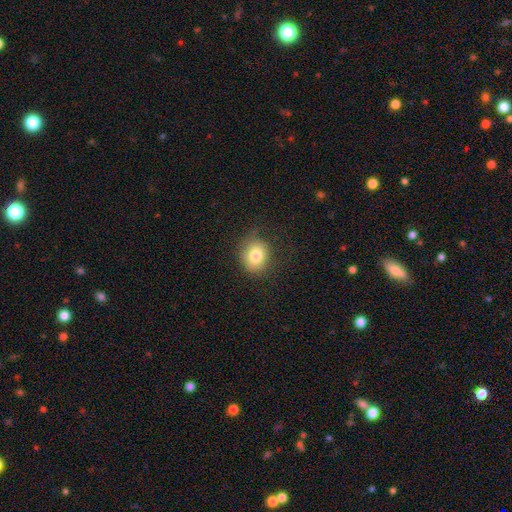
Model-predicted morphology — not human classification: Smooth or featured?
  - smooth: 79% *
  - featured or disk: 11%
  - star or artifact: 10%
How rounded?
  - round: 67% *
  - in between: 32%
  - cigar-shaped: 1%
Merging?
  - none: 68% *
  - minor disturbance: 21%
  - major disturbance: 10%
  - merger: 1%